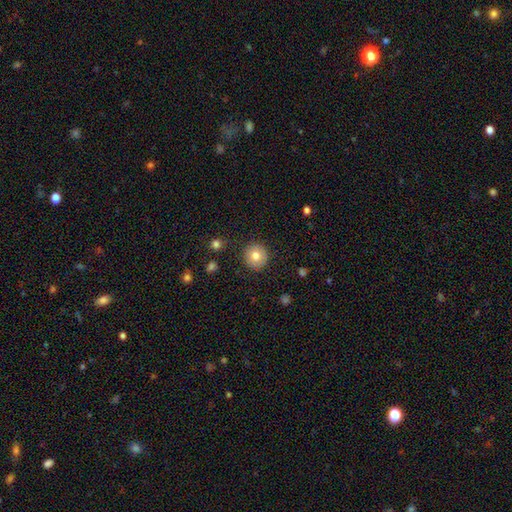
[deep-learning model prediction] A smooth galaxy with no disk features (78%) that is round (94%). Merging: none (89%).